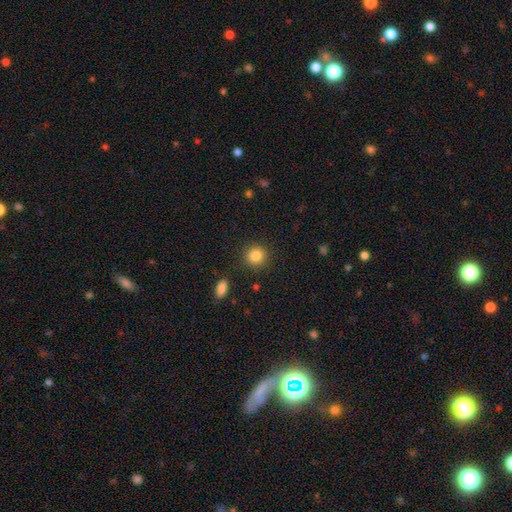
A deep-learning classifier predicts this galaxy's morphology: A smooth galaxy with no disk features (85%) that is round (90%).

Vote fractions:
- Smooth or featured? smooth: 85% / star or artifact: 10% / featured or disk: 5%
- How rounded? round: 90% / in between: 9% / cigar-shaped: 1%
- Merging? none: 89% / minor disturbance: 6% / major disturbance: 2% / merger: 2%